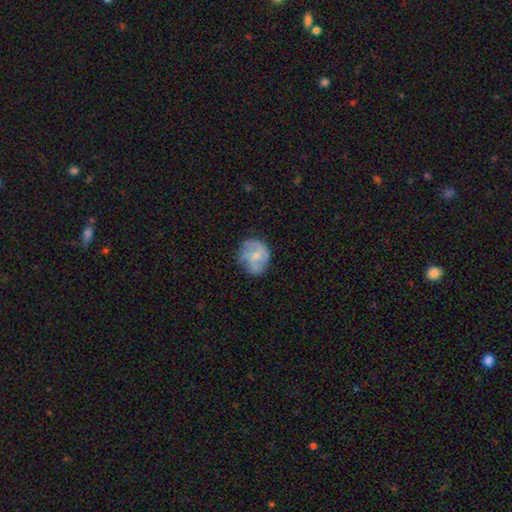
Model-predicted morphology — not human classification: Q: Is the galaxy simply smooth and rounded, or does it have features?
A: smooth — 48%.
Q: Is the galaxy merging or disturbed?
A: none — 60%.